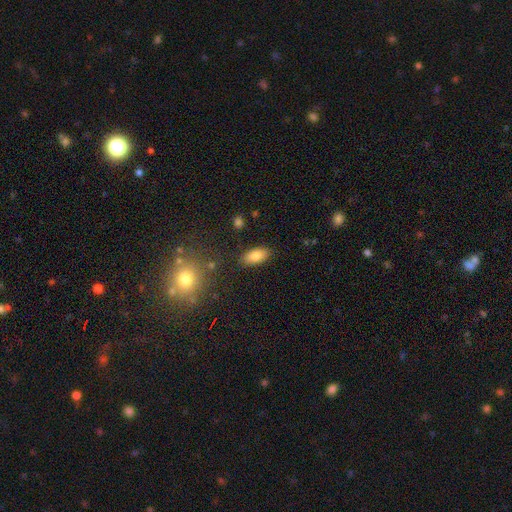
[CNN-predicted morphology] Q: Smooth or featured?
A: smooth (82%); runner-up: featured or disk (9%)
Q: How rounded?
A: in between (91%); runner-up: cigar-shaped (5%)
Q: Merging?
A: none (85%); runner-up: minor disturbance (11%)